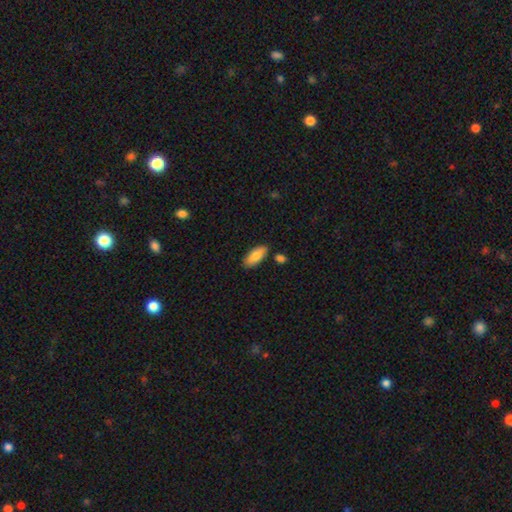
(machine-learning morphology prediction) type=smooth (80%); roundness=in between (86%); merging=none (83%).